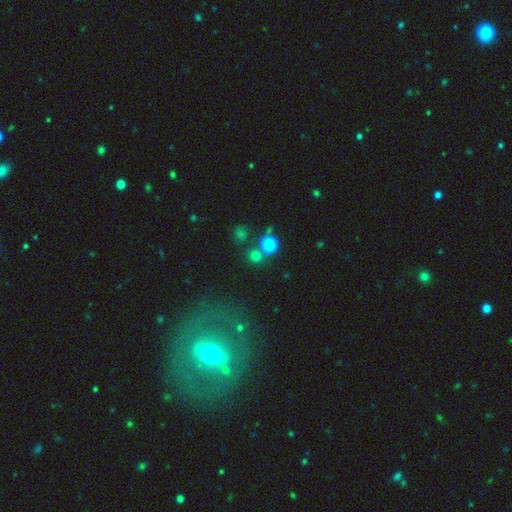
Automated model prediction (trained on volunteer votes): smooth_or_featured: smooth (p=0.71) [alt: star or artifact p=0.23]
how_rounded: round (p=0.90) [alt: in between p=0.09]
merging: none (p=0.73) [alt: merger p=0.17]